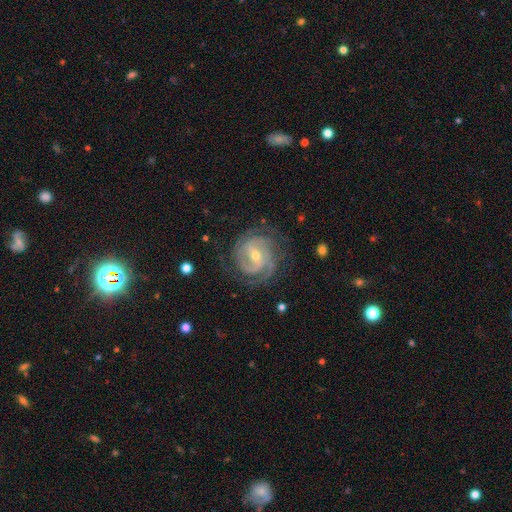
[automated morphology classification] Smooth or featured? Predicted: featured or disk (p=0.90). Edge-on disk? Predicted: no (p=0.97). Bar? Predicted: weak (p=0.46). Spiral arms? Predicted: yes (p=0.98). Spiral winding? Predicted: tight (p=0.64). Spiral arm count? Predicted: 2 (p=0.37). Bulge size? Predicted: small (p=0.53). Merging? Predicted: none (p=0.76).